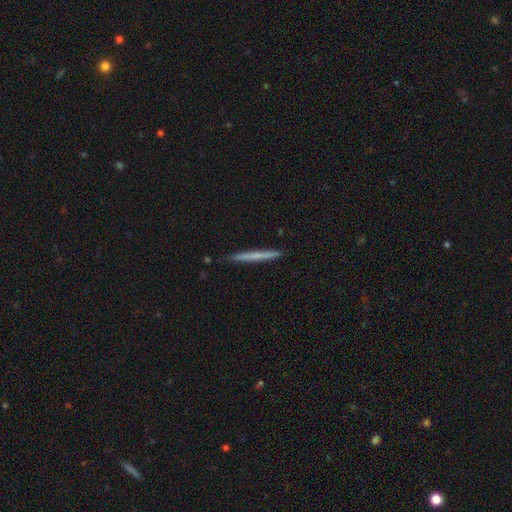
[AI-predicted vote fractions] A smooth galaxy with no disk features (59%) that is cigar-shaped (97%).

Vote fractions:
- Smooth or featured? smooth: 59% / featured or disk: 35% / star or artifact: 6%
- How rounded? cigar-shaped: 97% / in between: 2% / round: 1%
- Merging? none: 90% / minor disturbance: 8% / major disturbance: 1% / merger: 1%